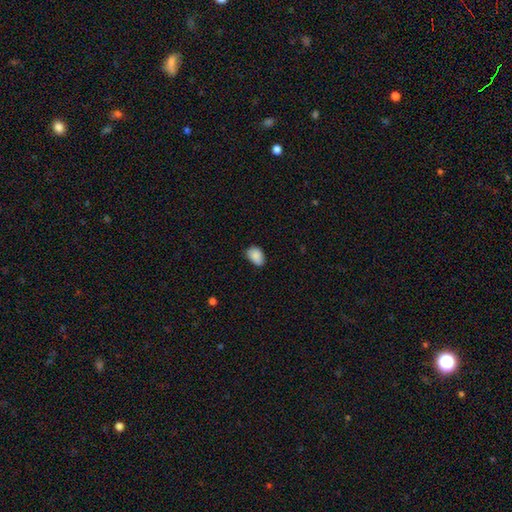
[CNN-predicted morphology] smooth 88%, star or artifact 8%, featured or disk 4%. Down the decision tree: how rounded — in between (82%); merging — none (70%).